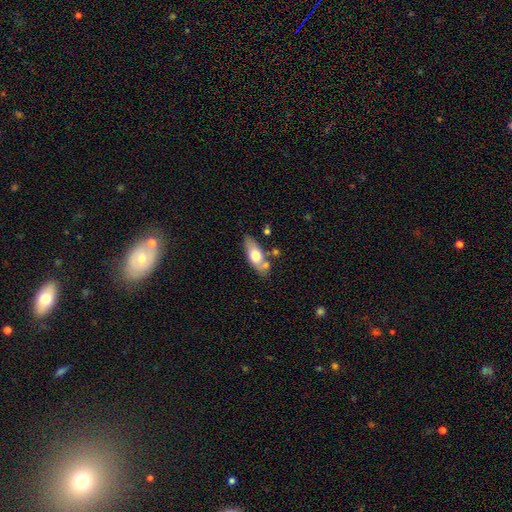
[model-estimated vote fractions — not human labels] A smooth galaxy with no disk features (62%) that is in between round and cigar-shaped (73%).

Vote fractions:
- Smooth or featured? smooth: 62% / featured or disk: 32% / star or artifact: 6%
- How rounded? in between: 73% / cigar-shaped: 24% / round: 3%
- Merging? none: 68% / minor disturbance: 16% / merger: 12% / major disturbance: 4%